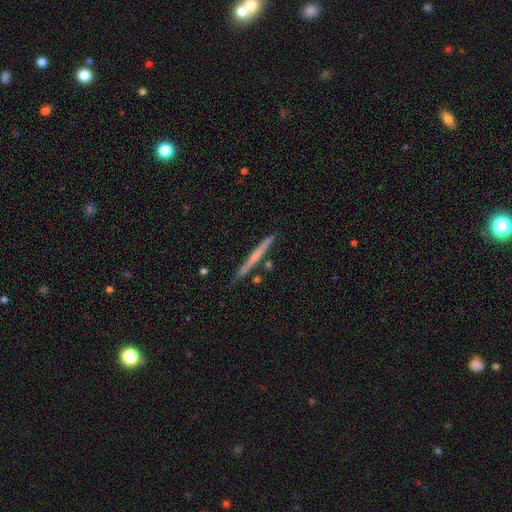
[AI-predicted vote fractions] Smooth or featured: featured or disk — 57% (smooth — 37%)
Edge-on disk: yes — 98% (no — 2%)
Edge-on bulge: none — 68% (rounded — 27%)
Merging: none — 87% (minor disturbance — 8%)